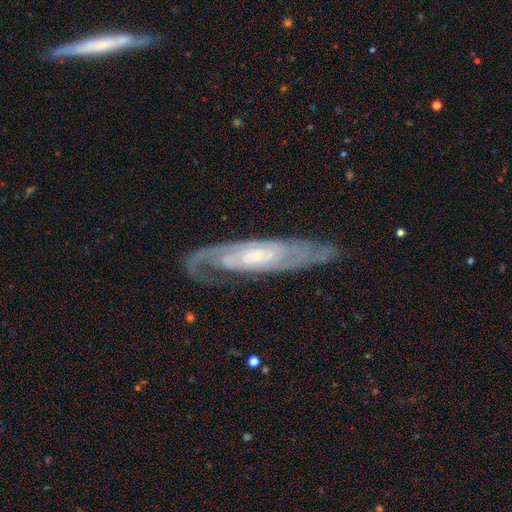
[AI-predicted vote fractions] featured or disk 86%, smooth 9%, star or artifact 5%. Down the decision tree: edge-on disk — no (83%); bar — no (54%); spiral arms — yes (96%); spiral arm count — 2 (67%); spiral winding — tight (55%); bulge size — small (59%); merging — none (76%).